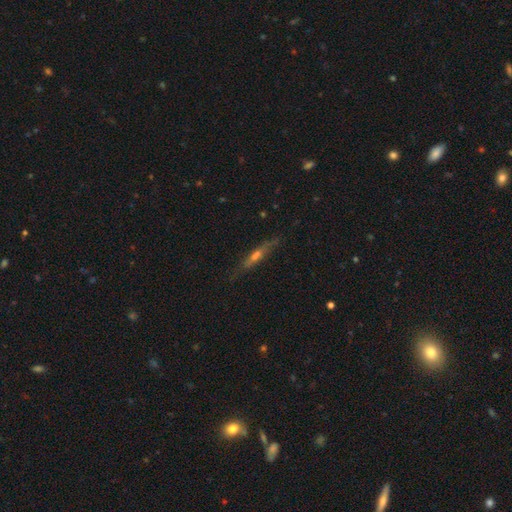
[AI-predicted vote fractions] Smooth or featured? featured or disk (64%)
Edge-on disk? yes (89%)
Edge-on bulge? rounded (68%)
Merging? none (79%)